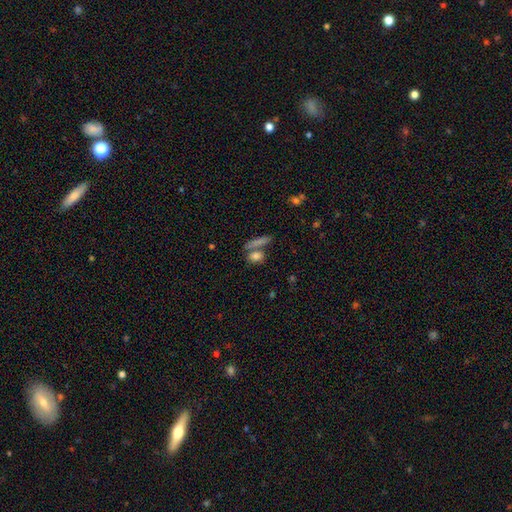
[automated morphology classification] The model was most divided on "merging": none: 56%, merger: 29%, minor disturbance: 10%, major disturbance: 5%. More confident: smooth or featured — smooth (78%); how rounded — in between (55%).